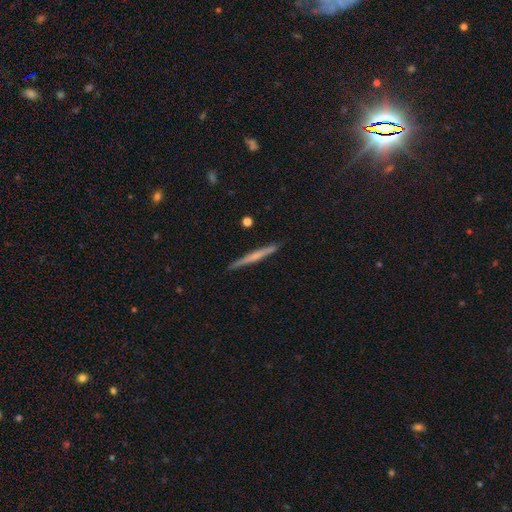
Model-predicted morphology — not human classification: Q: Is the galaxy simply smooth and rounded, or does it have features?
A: featured or disk — 53%.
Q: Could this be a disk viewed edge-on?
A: yes — 98%.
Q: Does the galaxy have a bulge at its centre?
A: none — 61%.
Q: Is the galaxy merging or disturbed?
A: none — 91%.